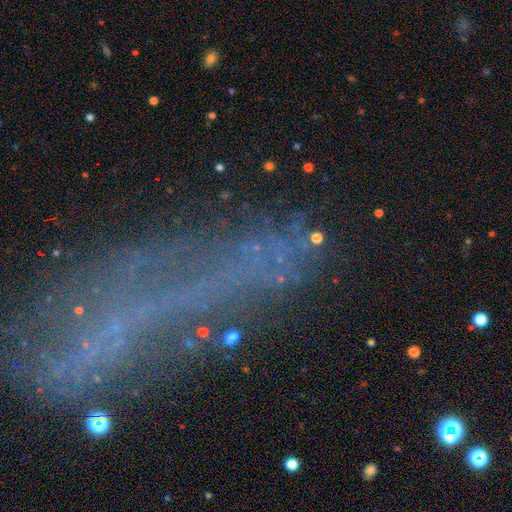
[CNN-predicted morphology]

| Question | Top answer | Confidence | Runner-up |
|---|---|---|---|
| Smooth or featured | star or artifact | 51% | featured or disk (30%) |